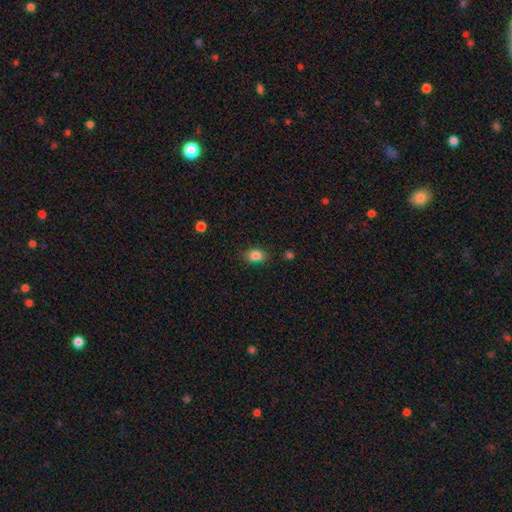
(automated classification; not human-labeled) A smooth galaxy with no disk features (84%) that is in between round and cigar-shaped (68%).

Vote fractions:
- Smooth or featured? smooth: 84% / star or artifact: 10% / featured or disk: 6%
- How rounded? in between: 68% / round: 31% / cigar-shaped: 2%
- Merging? none: 72% / minor disturbance: 19% / merger: 5% / major disturbance: 4%